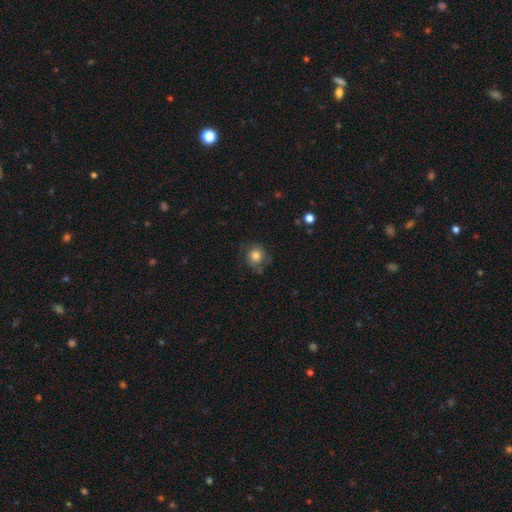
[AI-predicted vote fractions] smooth-or-featured: smooth: 72% | featured or disk: 18% | star or artifact: 9%
  how-rounded: round: 79% | in between: 20% | cigar-shaped: 1%
  merging: none: 65% | minor disturbance: 23% | major disturbance: 10% | merger: 2%